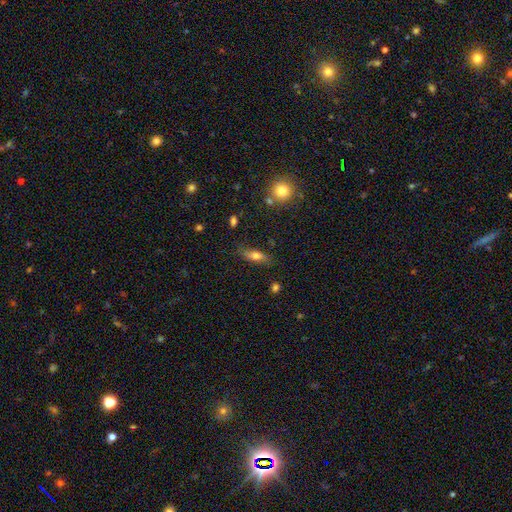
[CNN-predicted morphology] smooth_or_featured: smooth (p=0.69) [alt: featured or disk p=0.23]
how_rounded: in between (p=0.61) [alt: cigar-shaped p=0.35]
merging: none (p=0.79) [alt: minor disturbance p=0.15]